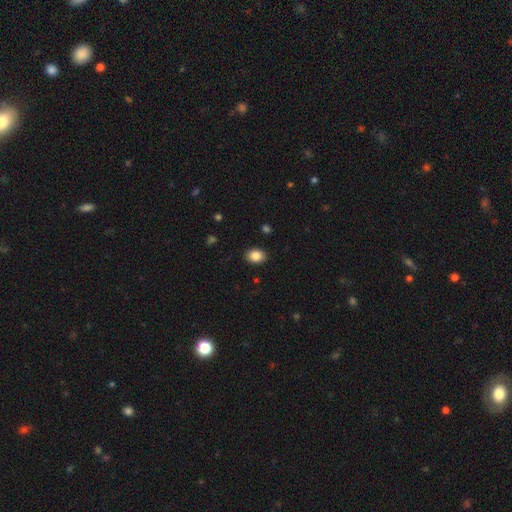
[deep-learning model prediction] smooth-or-featured: smooth: 86% | star or artifact: 8% | featured or disk: 5%
  how-rounded: in between: 66% | round: 33% | cigar-shaped: 1%
  merging: none: 89% | minor disturbance: 8% | major disturbance: 2% | merger: 1%